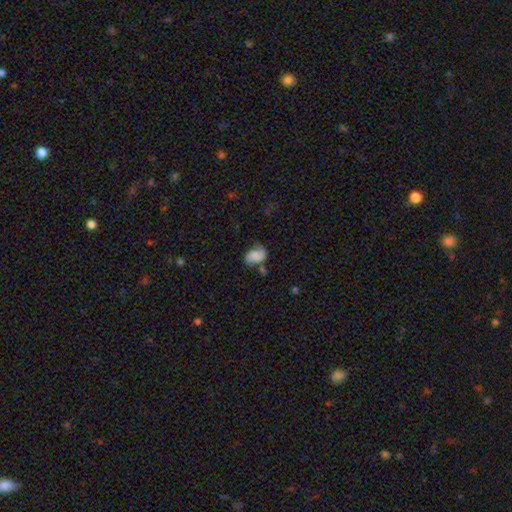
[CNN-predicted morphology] The model was most divided on "merging": none: 43%, minor disturbance: 30%, major disturbance: 15%, merger: 12%. More confident: how rounded — in between (86%); smooth or featured — smooth (64%).